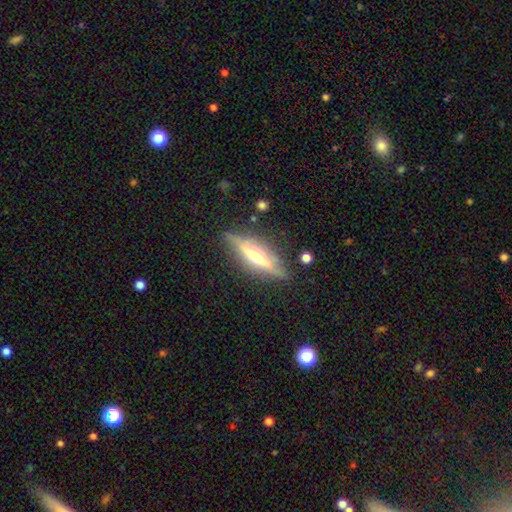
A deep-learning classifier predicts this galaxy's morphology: featured or disk 72%, smooth 22%, star or artifact 6%. Down the decision tree: edge-on disk — yes (94%); edge-on bulge — rounded (71%); merging — none (83%).